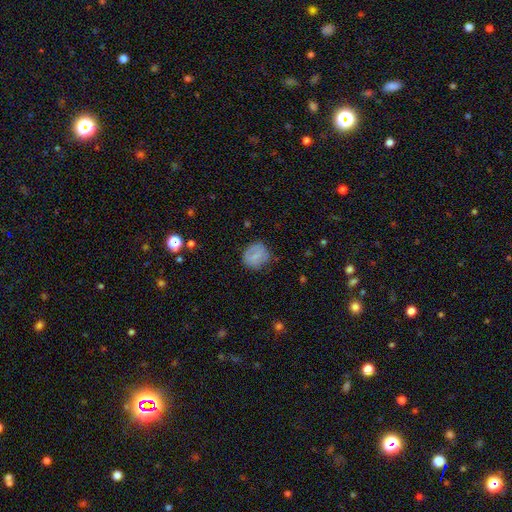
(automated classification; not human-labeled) This appears to be a smooth galaxy with no disk features (67%) that is round (72%). Merging: none (72%).